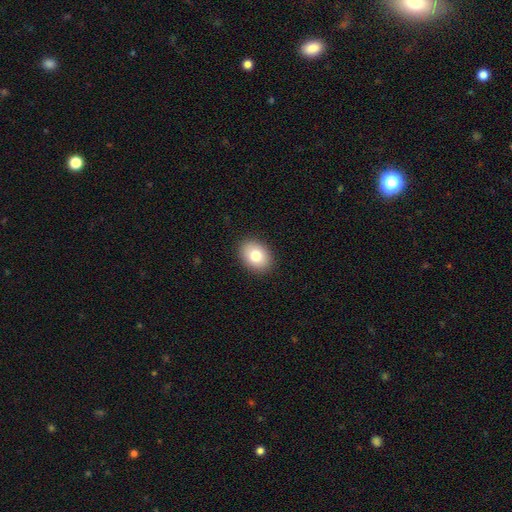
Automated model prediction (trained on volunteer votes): Smooth or featured?
  - smooth: 81% *
  - featured or disk: 11%
  - star or artifact: 8%
How rounded?
  - in between: 70% *
  - round: 29%
  - cigar-shaped: 1%
Merging?
  - none: 90% *
  - minor disturbance: 7%
  - major disturbance: 2%
  - merger: 1%